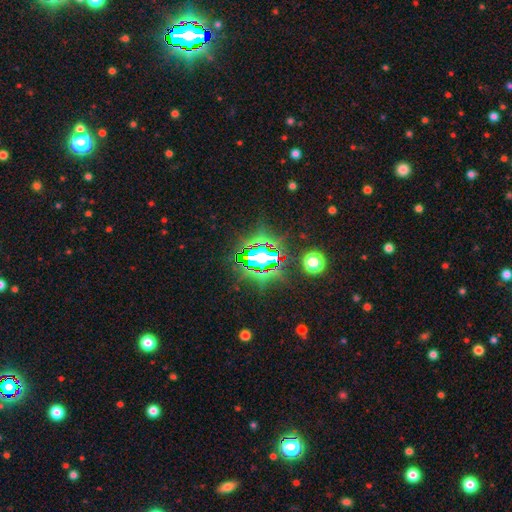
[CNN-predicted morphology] Smooth or featured? star or artifact (84%)